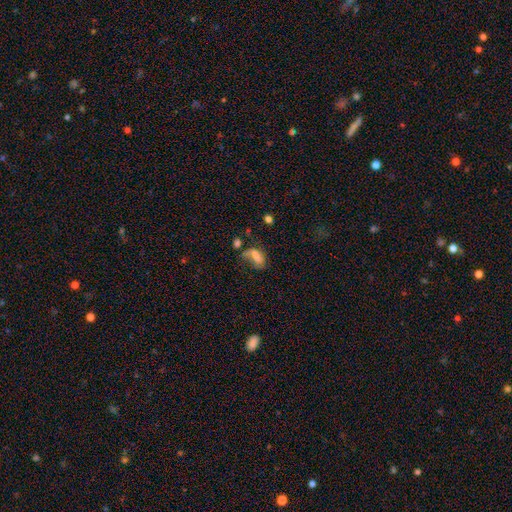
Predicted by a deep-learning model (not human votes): Smooth or featured? smooth (60%)
How rounded? in between (84%)
Merging? none (31%, tied with major disturbance)